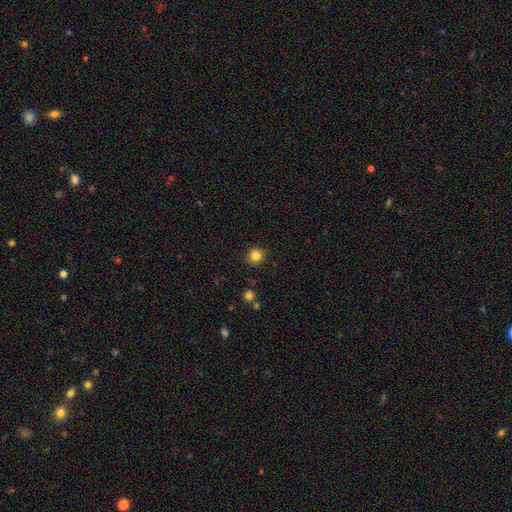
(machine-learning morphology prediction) A smooth galaxy with no disk features (83%) that is round (86%).

Vote fractions:
- Smooth or featured? smooth: 83% / star or artifact: 11% / featured or disk: 5%
- How rounded? round: 86% / in between: 13% / cigar-shaped: 1%
- Merging? none: 87% / minor disturbance: 9% / major disturbance: 2% / merger: 2%